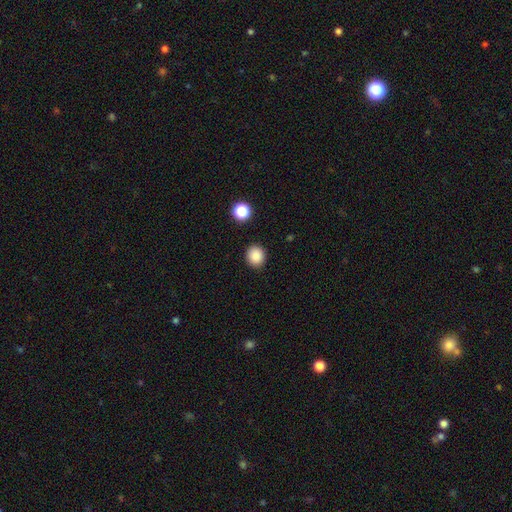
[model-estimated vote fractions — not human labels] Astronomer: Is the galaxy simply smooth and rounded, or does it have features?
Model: smooth — 87%.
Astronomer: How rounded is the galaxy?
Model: round — 84%.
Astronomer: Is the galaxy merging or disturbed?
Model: none — 90%.